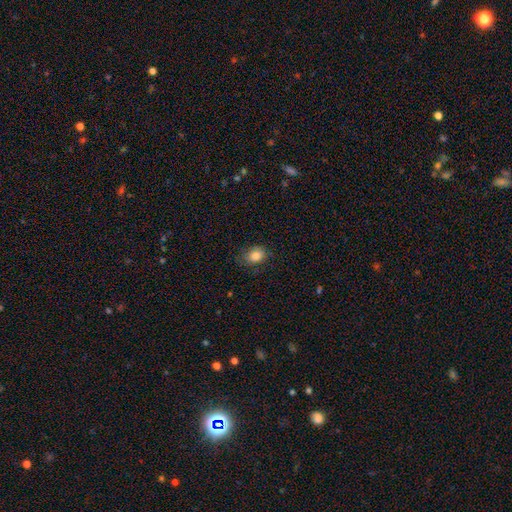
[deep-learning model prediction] Smooth or featured? Predicted: smooth (p=0.83). How rounded? Predicted: in between (p=0.55). Merging? Predicted: none (p=0.70).